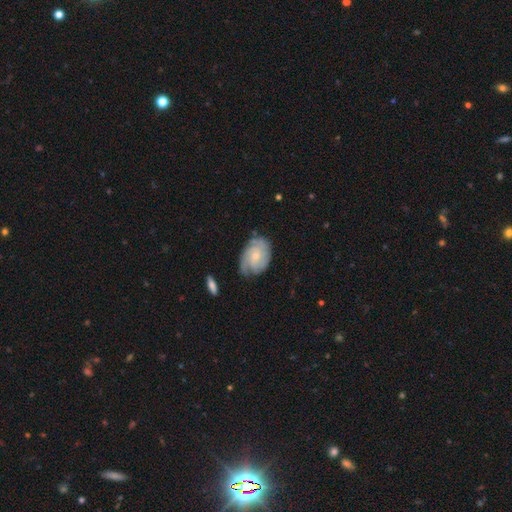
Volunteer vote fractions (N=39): This is clearly a featured or disk galaxy (85%). It is clearly not viewed edge-on (97%). Bar: likely no (75%). Spiral arm pattern: clearly yes (97%). Spiral arm count: possibly 2 (48%). Spiral winding: likely tight (65%). Central bulge: likely small (72%). Merging: likely none (74%).